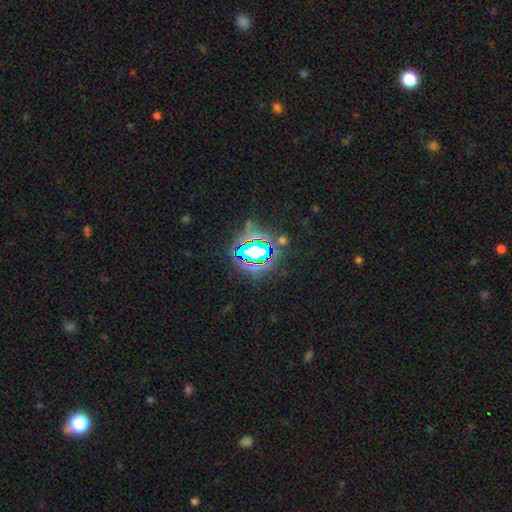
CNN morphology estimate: A star or artifact, not a galaxy (72%).

Vote fractions:
- Smooth or featured? star or artifact: 72% / smooth: 16% / featured or disk: 12%